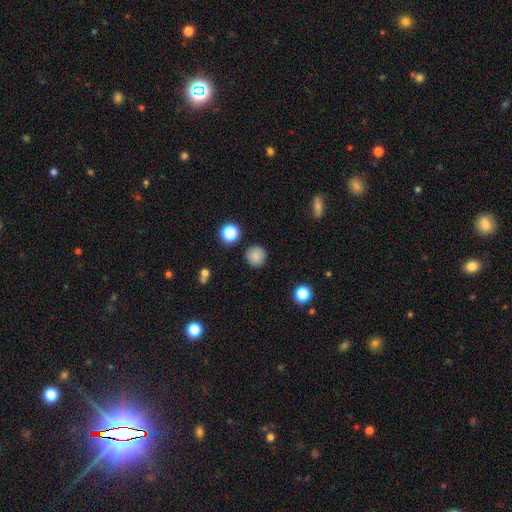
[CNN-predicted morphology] smooth 84%, star or artifact 11%, featured or disk 5%. Down the decision tree: how rounded — round (94%); merging — none (89%).